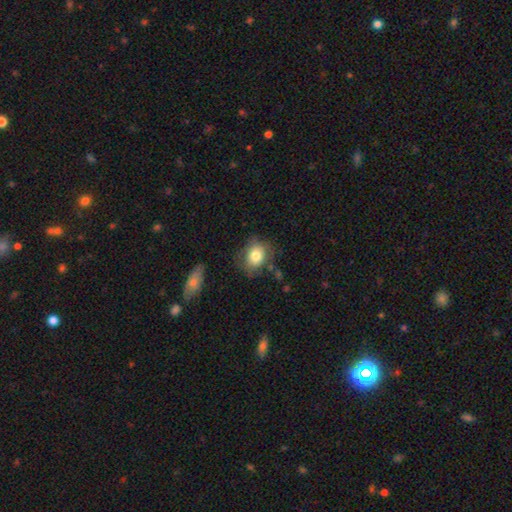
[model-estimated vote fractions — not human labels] Morphology: type=smooth (78%); roundness=round (53%); merging=none (67%).